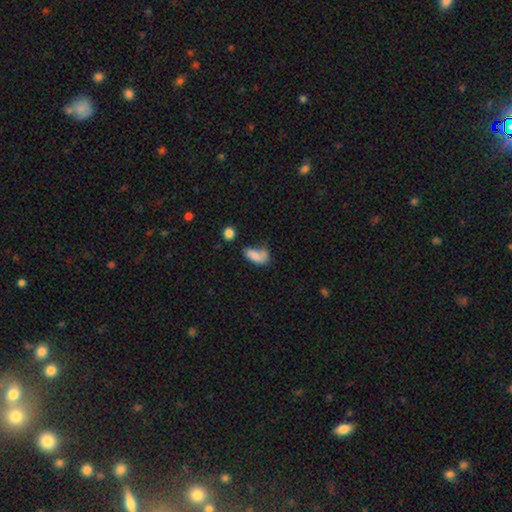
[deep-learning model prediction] The model was most divided on "merging": none: 35%, minor disturbance: 27%, merger: 19%, major disturbance: 18%. More confident: how rounded — in between (83%); smooth or featured — smooth (78%).